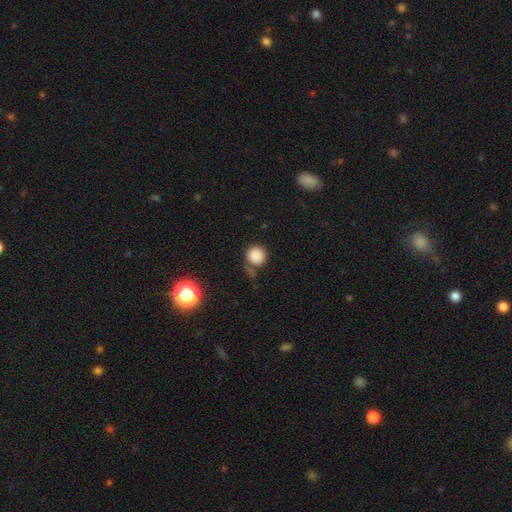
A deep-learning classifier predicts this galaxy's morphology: The model was most divided on "merging": none: 68%, minor disturbance: 17%, major disturbance: 8%, merger: 6%. More confident: how rounded — round (93%); smooth or featured — smooth (84%).